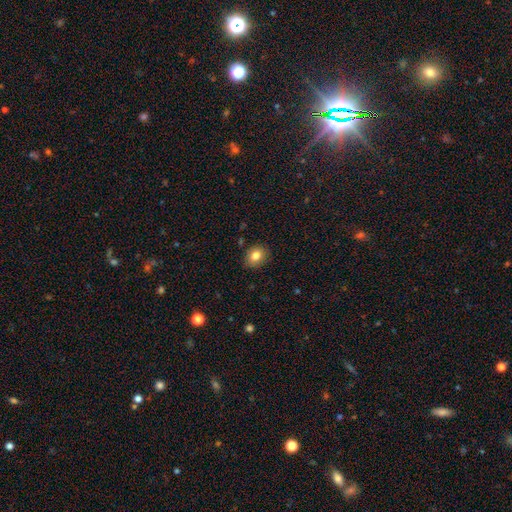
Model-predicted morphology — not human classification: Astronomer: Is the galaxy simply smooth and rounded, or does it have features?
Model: smooth — 81%.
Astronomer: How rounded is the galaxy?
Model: in between — 53% (runner-up: round, 47%).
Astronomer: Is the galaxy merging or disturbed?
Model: none — 86%.